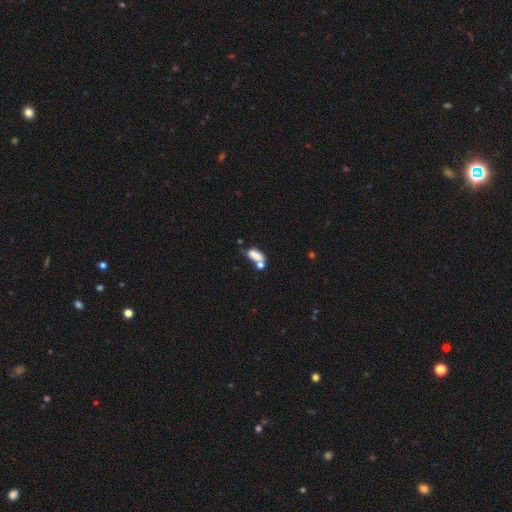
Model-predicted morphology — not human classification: smooth 75%, featured or disk 15%, star or artifact 11%. Down the decision tree: how rounded — in between (81%); merging — merger (47%).